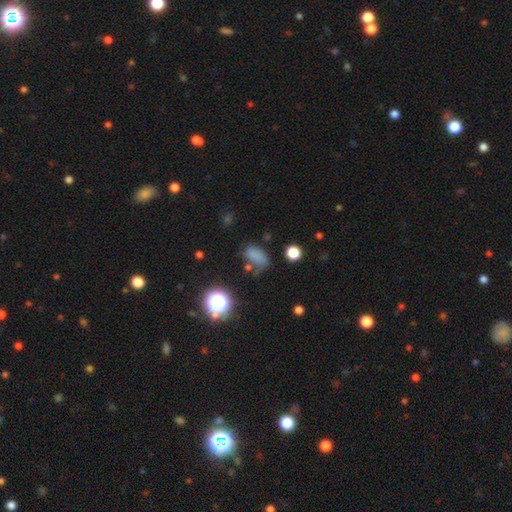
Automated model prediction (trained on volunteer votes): This appears to be a smooth galaxy with no disk features (70%) that is in between round and cigar-shaped (82%). Merging: none (48%).